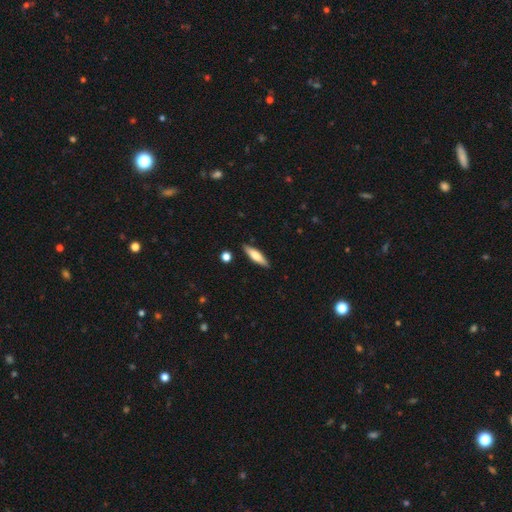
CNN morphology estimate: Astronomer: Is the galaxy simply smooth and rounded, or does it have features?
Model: smooth — 62%.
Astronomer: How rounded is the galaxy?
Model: cigar-shaped — 69%.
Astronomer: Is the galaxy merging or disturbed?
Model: none — 88%.